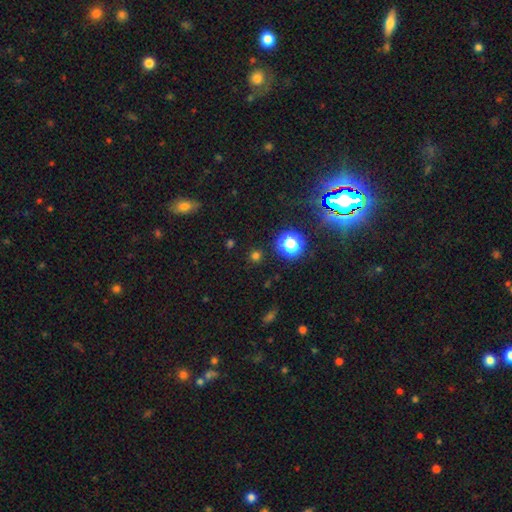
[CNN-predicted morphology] smooth_or_featured: smooth (p=0.62) [alt: star or artifact p=0.33]
how_rounded: round (p=0.93) [alt: in between p=0.06]
merging: none (p=0.87) [alt: minor disturbance p=0.07]